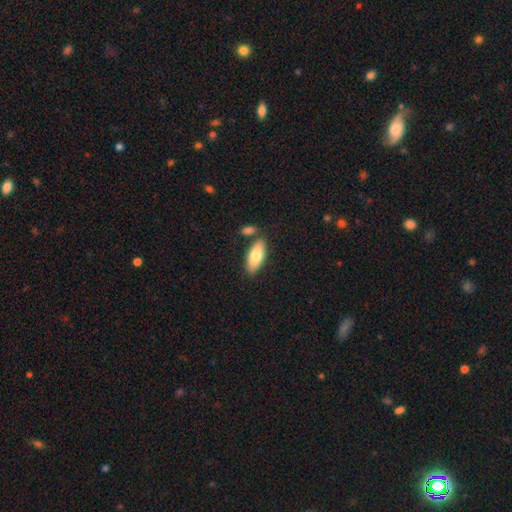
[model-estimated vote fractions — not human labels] Smooth or featured? Predicted: smooth (p=0.78). How rounded? Predicted: in between (p=0.84). Merging? Predicted: none (p=0.75).